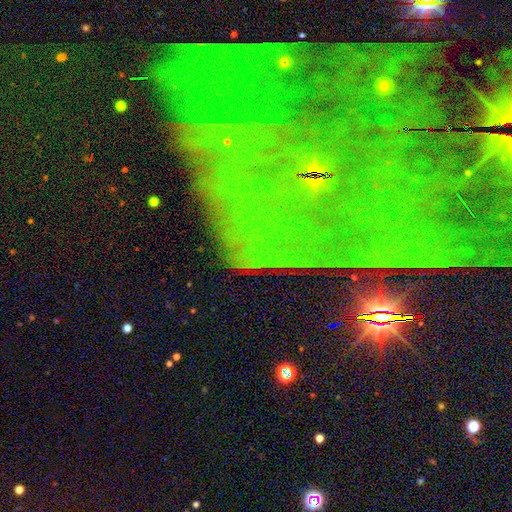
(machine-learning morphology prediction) A star or artifact, not a galaxy (75%).